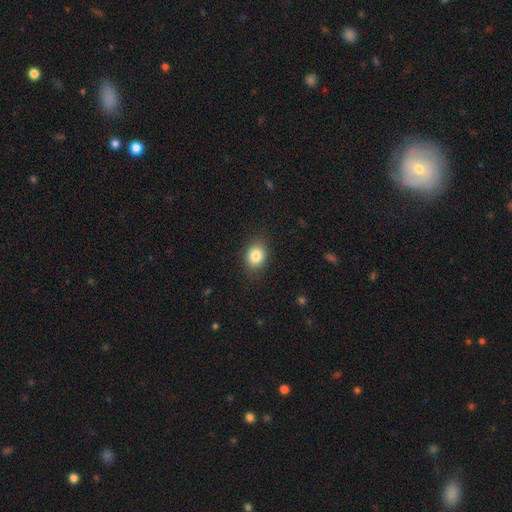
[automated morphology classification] Overall: smooth (84%). How rounded: in between (59%; round 40%). Merging: none (84%).